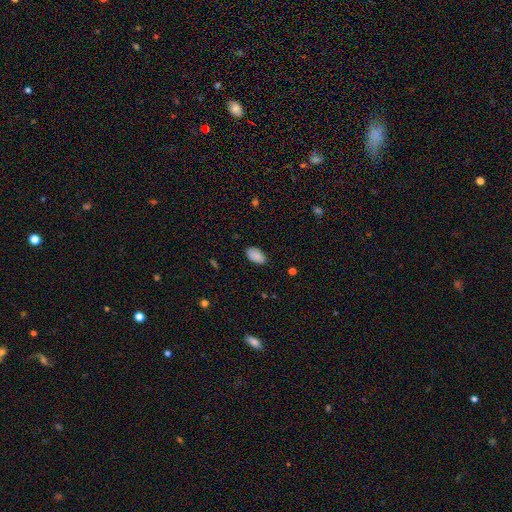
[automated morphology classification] A smooth galaxy with no disk features (89%) that is in between round and cigar-shaped (94%).

Vote fractions:
- Smooth or featured? smooth: 89% / star or artifact: 8% / featured or disk: 4%
- How rounded? in between: 94% / round: 4% / cigar-shaped: 2%
- Merging? none: 82% / minor disturbance: 14% / major disturbance: 3% / merger: 1%